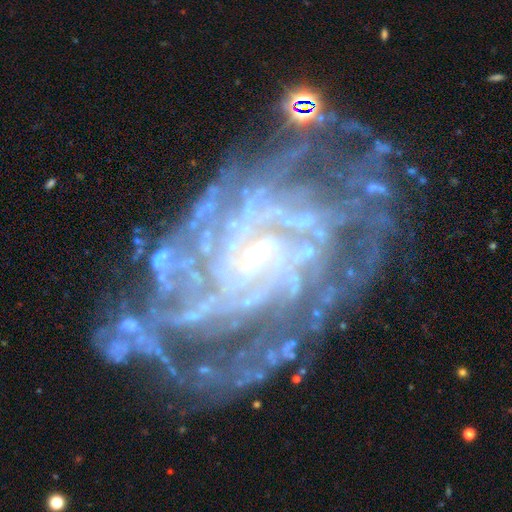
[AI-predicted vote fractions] This appears to be a featured or disk galaxy (90%) with no bar (51%), tight (69%) spiral arms (96%) and a small central bulge (76%). Merging: none (63%).